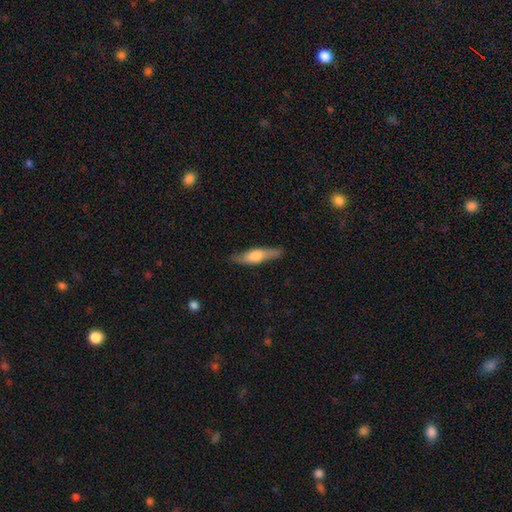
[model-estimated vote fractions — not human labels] Smooth or featured? smooth (52%)
How rounded? cigar-shaped (72%)
Merging? none (83%)